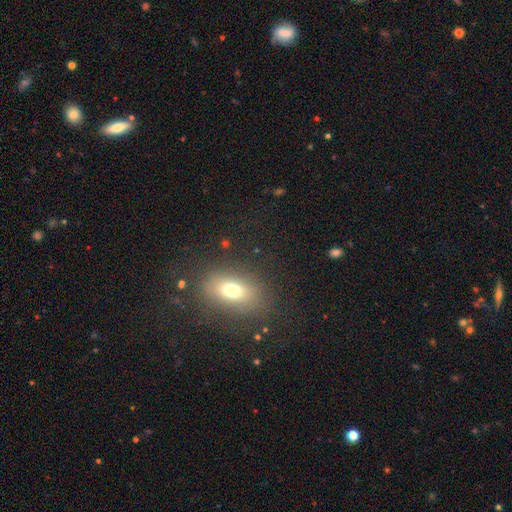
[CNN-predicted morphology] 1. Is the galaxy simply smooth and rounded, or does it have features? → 63% smooth, 20% star or artifact, 17% featured or disk.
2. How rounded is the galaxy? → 78% in between, 18% round, 5% cigar-shaped.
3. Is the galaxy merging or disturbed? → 82% none, 11% minor disturbance, 5% major disturbance, 2% merger.